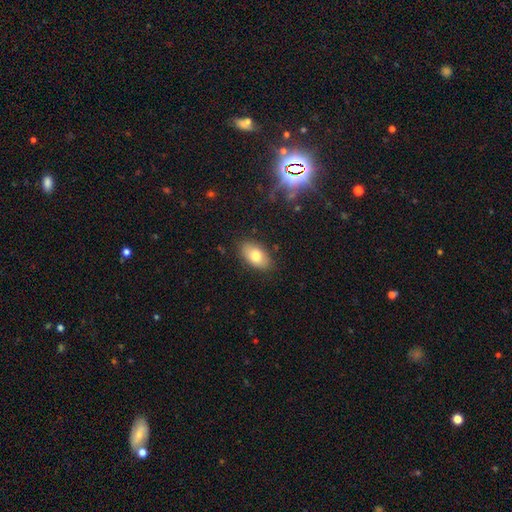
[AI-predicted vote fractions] Morphology: type=smooth (77%); roundness=in between (93%); merging=none (84%).